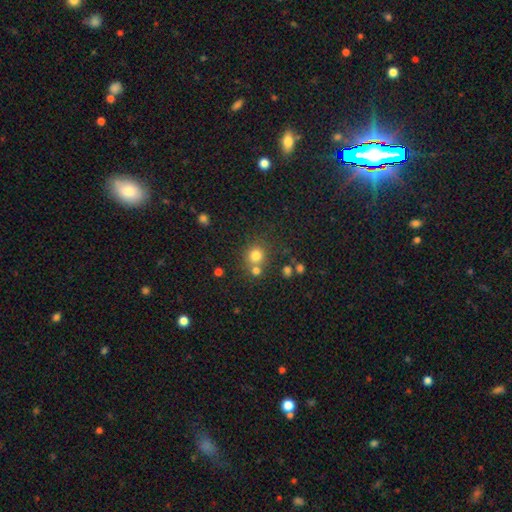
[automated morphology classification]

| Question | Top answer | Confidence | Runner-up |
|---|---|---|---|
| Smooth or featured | smooth | 77% | star or artifact (15%) |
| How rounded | round | 88% | in between (11%) |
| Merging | none | 60% | merger (28%) |